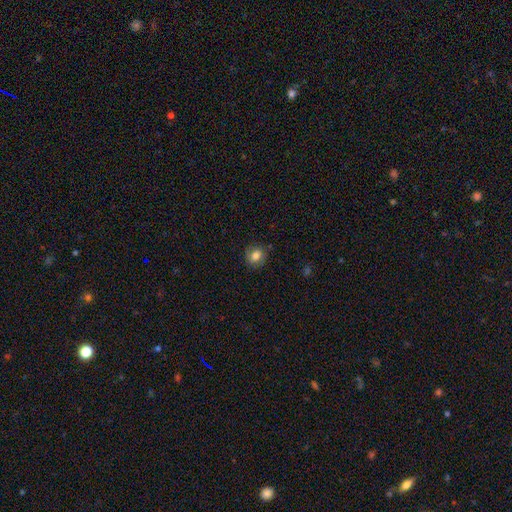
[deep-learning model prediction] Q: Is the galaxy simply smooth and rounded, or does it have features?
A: smooth — 76%.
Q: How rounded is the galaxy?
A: round — 64%.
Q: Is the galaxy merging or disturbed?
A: none — 81%.